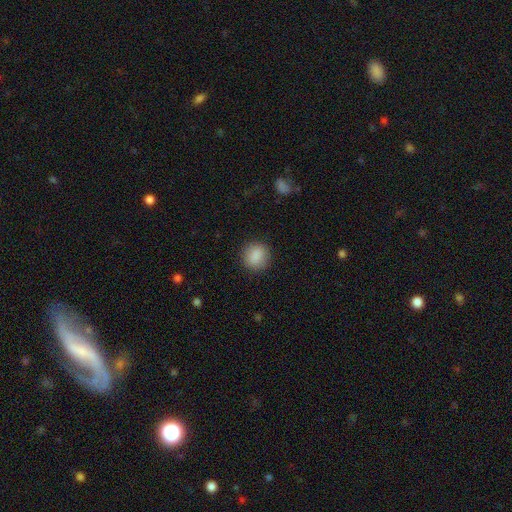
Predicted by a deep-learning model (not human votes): Smooth or featured: smooth — 88% (star or artifact — 8%)
How rounded: round — 86% (in between — 13%)
Merging: none — 88% (minor disturbance — 8%)